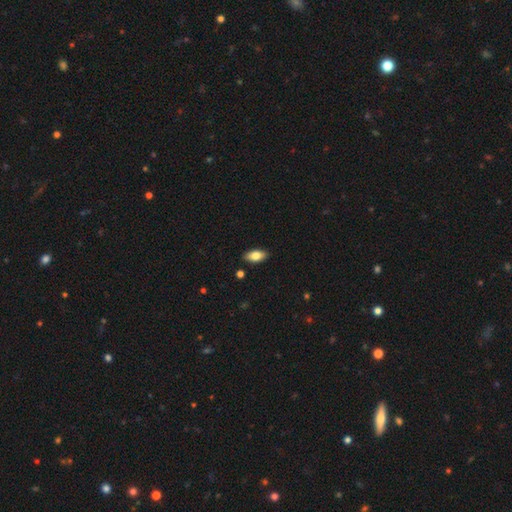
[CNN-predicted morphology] type=smooth (79%); roundness=in between (89%); merging=none (88%).